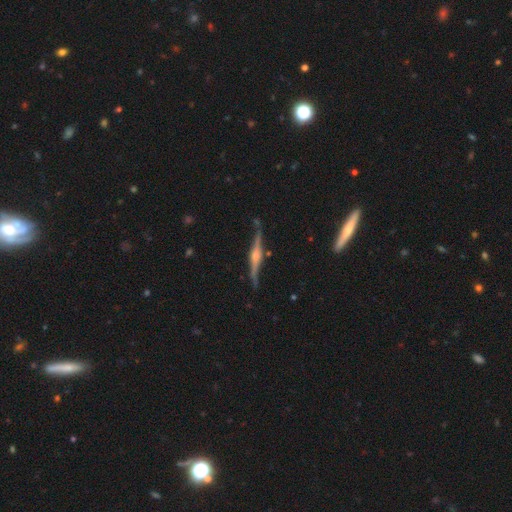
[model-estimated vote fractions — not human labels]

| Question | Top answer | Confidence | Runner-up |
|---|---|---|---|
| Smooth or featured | featured or disk | 85% | smooth (10%) |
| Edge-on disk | yes | 98% | no (2%) |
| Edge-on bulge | rounded | 79% | boxy (16%) |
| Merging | none | 85% | minor disturbance (11%) |